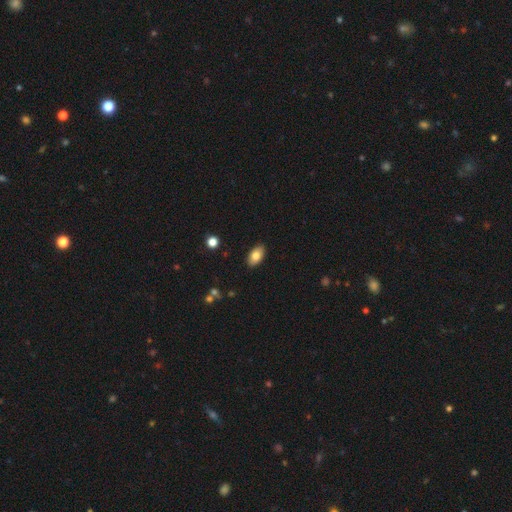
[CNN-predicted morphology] smooth 80%, featured or disk 13%, star or artifact 7%. Down the decision tree: how rounded — in between (94%); merging — none (89%).